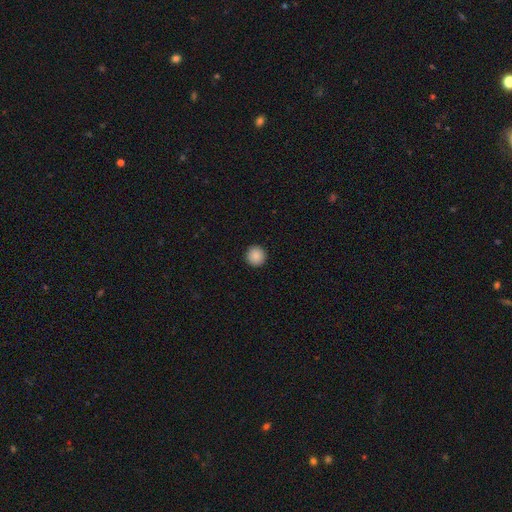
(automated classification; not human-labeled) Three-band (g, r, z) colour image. It shows a smooth galaxy with no disk features (88%) that is round (96%). Merging: none (94%).